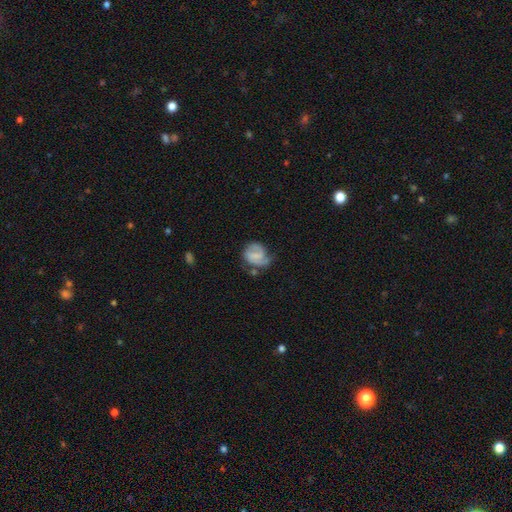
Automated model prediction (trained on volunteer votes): Smooth or featured? featured or disk (55%)
Edge-on disk? no (98%)
Bar? weak (44%)
Spiral arms? yes (83%)
Bulge size? none (41%)
Merging? none (44%)